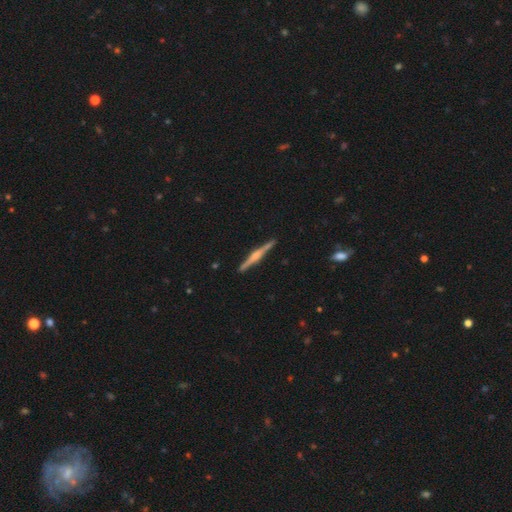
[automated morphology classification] Smooth or featured: featured or disk — 78% (smooth — 17%)
Edge-on disk: yes — 98% (no — 2%)
Edge-on bulge: rounded — 74% (boxy — 17%)
Merging: none — 91% (minor disturbance — 6%)